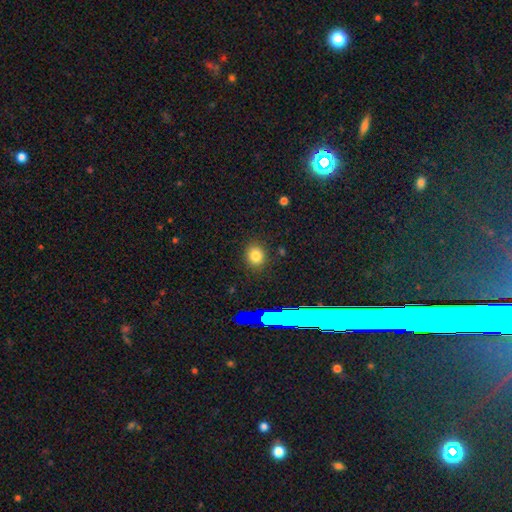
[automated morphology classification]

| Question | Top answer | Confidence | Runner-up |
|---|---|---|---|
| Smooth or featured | smooth | 80% | star or artifact (14%) |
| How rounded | round | 73% | in between (26%) |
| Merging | none | 88% | minor disturbance (8%) |